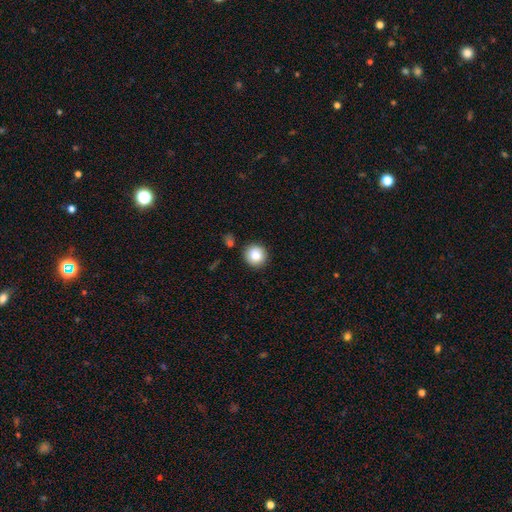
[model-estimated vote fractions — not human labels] The model was most divided on "smooth or featured": smooth: 86%, star or artifact: 9%, featured or disk: 5%. More confident: how rounded — round (92%); merging — none (88%).